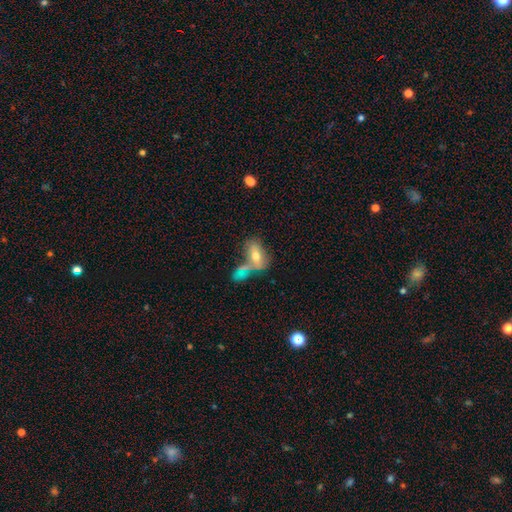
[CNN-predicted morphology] smooth-or-featured: smooth: 64% | featured or disk: 28% | star or artifact: 8%
  how-rounded: in between: 87% | cigar-shaped: 7% | round: 6%
  merging: merger: 40% | none: 35% | minor disturbance: 15% | major disturbance: 11%